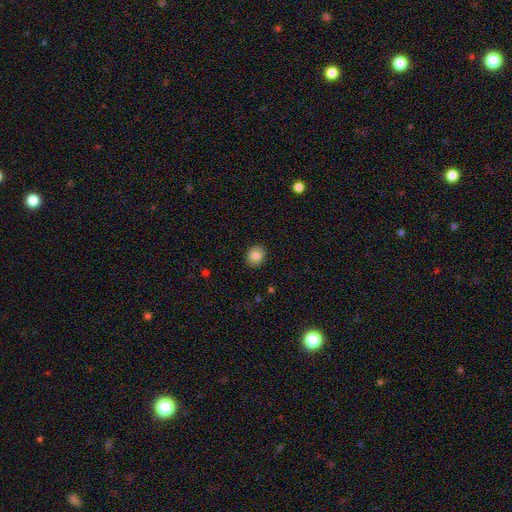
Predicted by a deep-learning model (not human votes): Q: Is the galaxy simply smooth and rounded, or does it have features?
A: smooth — 85%.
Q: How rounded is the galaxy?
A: round — 69%.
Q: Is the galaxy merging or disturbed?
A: none — 90%.